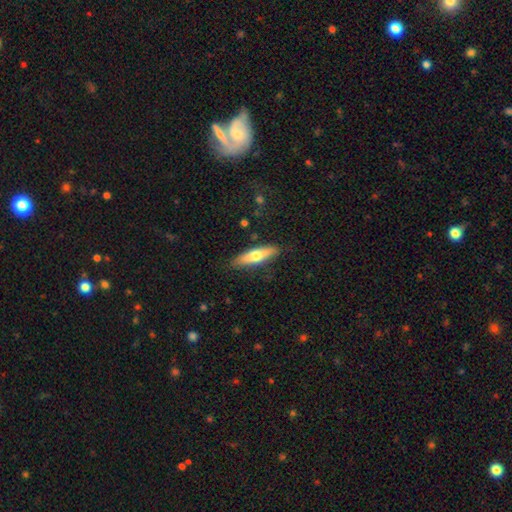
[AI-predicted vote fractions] Smooth or featured? Predicted: smooth (p=0.58). How rounded? Predicted: cigar-shaped (p=0.68). Merging? Predicted: none (p=0.85).